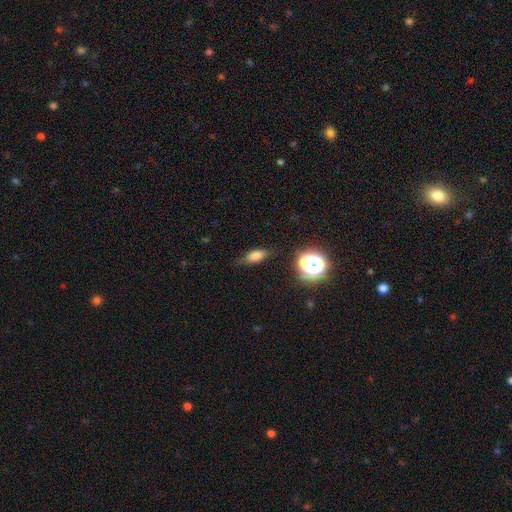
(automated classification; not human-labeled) This appears to be a smooth galaxy with no disk features (71%) that is in between round and cigar-shaped (72%). Merging: none (71%).